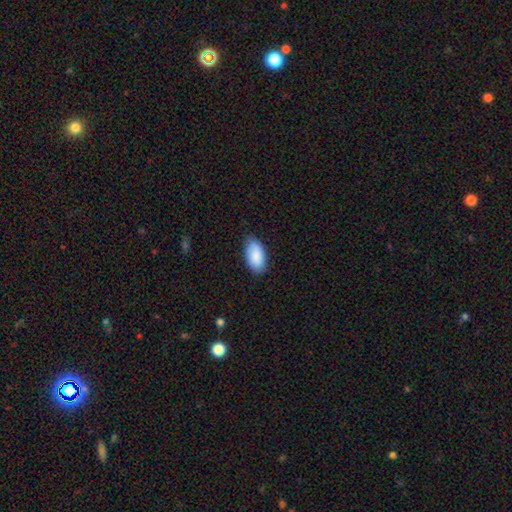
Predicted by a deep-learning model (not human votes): This appears to be a smooth galaxy with no disk features (87%) that is in between round and cigar-shaped (95%). Merging: none (79%).